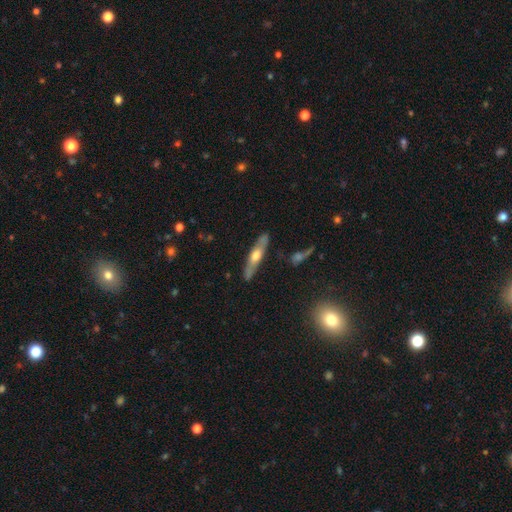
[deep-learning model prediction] A featured or disk galaxy (53%) viewed edge-on (80%).

Vote fractions:
- Smooth or featured? featured or disk: 53% / smooth: 41% / star or artifact: 6%
- Edge-on disk? yes: 80% / no: 20%
- Merging? none: 84% / minor disturbance: 11% / major disturbance: 2% / merger: 2%